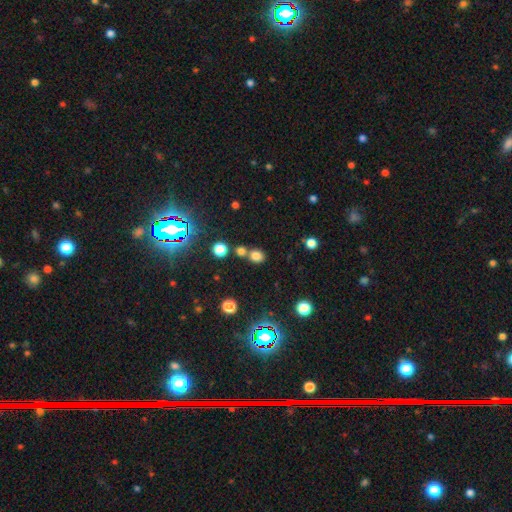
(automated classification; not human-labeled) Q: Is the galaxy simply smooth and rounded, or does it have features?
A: smooth — 74%.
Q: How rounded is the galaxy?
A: round — 74%.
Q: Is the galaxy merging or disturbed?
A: none — 58%.